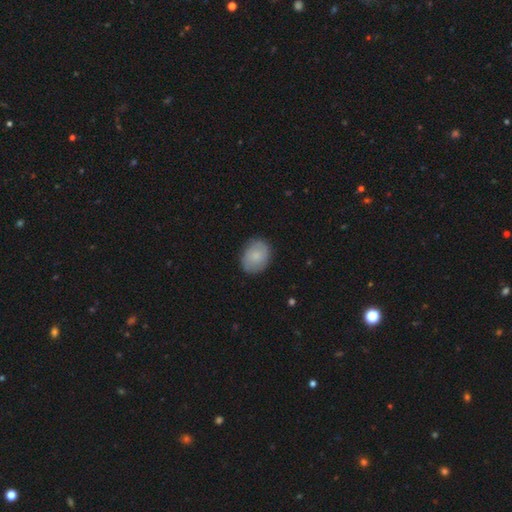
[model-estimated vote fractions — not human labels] Smooth or featured: smooth — 78% (featured or disk — 16%)
How rounded: in between — 57% (round — 42%)
Merging: none — 84% (minor disturbance — 12%)